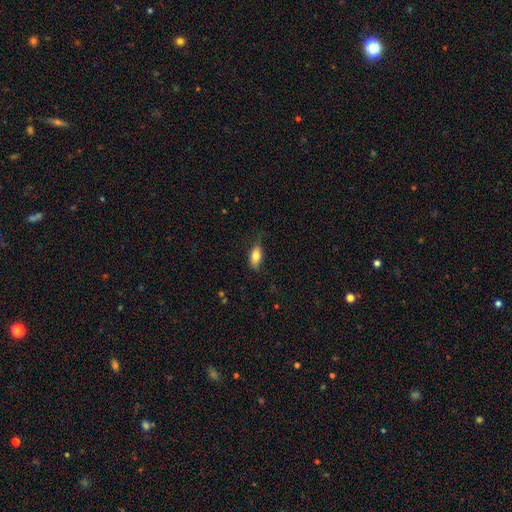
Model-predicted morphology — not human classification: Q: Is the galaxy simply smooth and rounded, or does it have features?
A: smooth — 80%.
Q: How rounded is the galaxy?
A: in between — 86%.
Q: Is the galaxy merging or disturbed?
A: none — 72%.